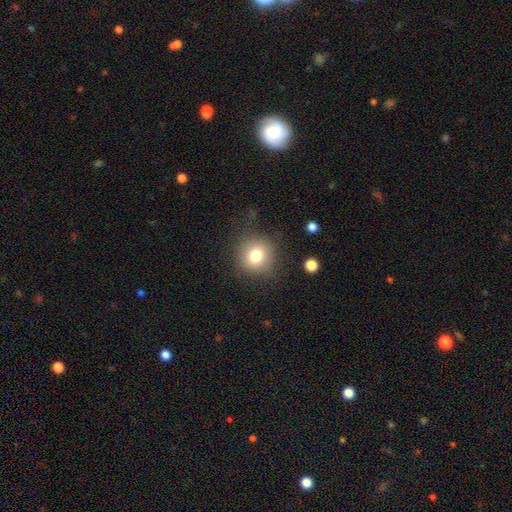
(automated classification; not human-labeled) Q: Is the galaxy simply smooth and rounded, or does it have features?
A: smooth — 76%.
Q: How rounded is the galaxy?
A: round — 89%.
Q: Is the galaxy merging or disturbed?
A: none — 82%.